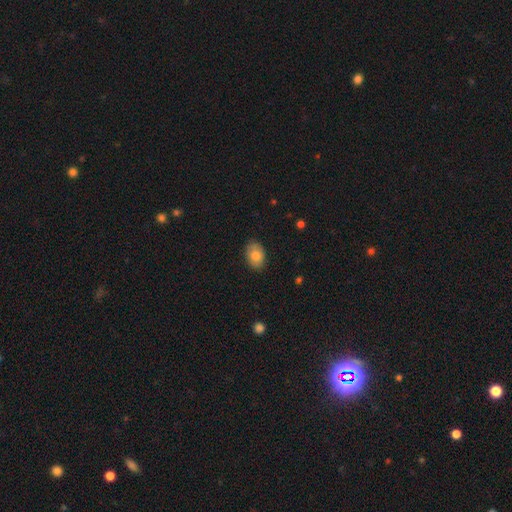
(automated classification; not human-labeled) Smooth or featured? smooth (79%)
How rounded? in between (81%)
Merging? none (85%)